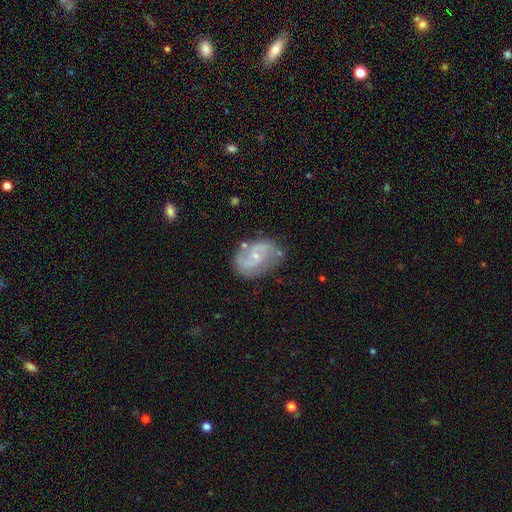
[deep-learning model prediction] Q: Smooth or featured?
A: featured or disk (79%); runner-up: smooth (14%)
Q: Edge-on disk?
A: no (97%); runner-up: yes (3%)
Q: Bar?
A: no (50%); runner-up: weak (41%)
Q: Spiral arms?
A: yes (92%); runner-up: no (8%)
Q: Spiral winding?
A: medium (49%); runner-up: loose (30%)
Q: Spiral arm count?
A: 2 (86%); runner-up: can't tell (7%)
Q: Bulge size?
A: small (73%); runner-up: moderate (22%)
Q: Merging?
A: none (69%); runner-up: minor disturbance (20%)